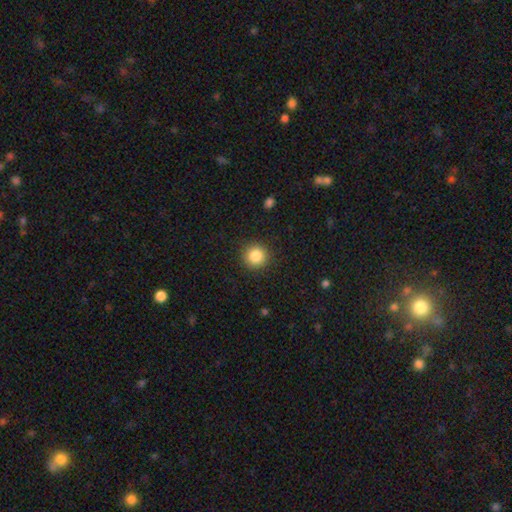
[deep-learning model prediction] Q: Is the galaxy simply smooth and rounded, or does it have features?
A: smooth — 86%.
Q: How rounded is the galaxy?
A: round — 94%.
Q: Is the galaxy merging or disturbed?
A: none — 90%.